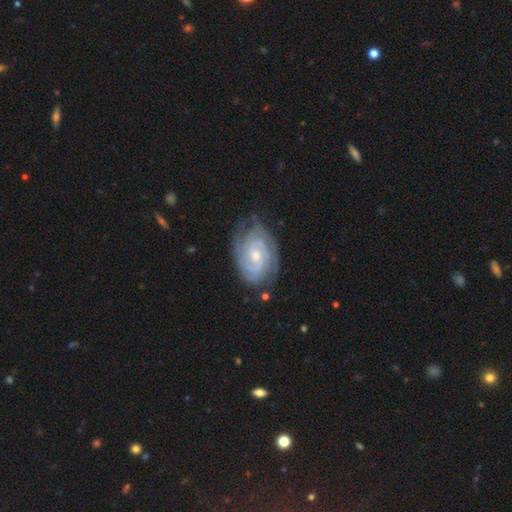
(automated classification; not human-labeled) Smooth or featured? featured or disk (91%)
Edge-on disk? no (97%)
Bar? no (62%)
Spiral arms? yes (98%)
Spiral winding? tight (76%)
Spiral arm count? 2 (45%)
Bulge size? small (56%)
Merging? none (77%)